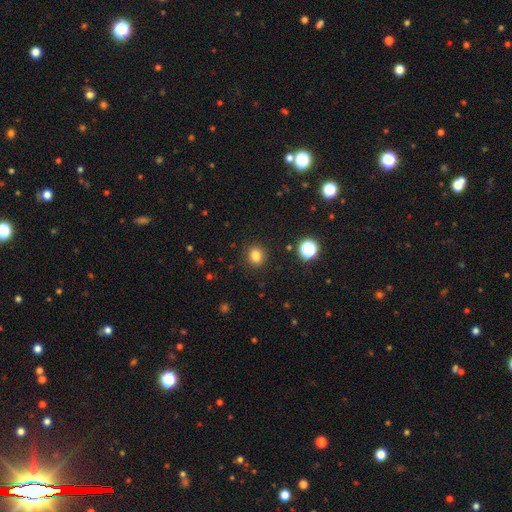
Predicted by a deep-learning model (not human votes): Smooth or featured? smooth (82%)
How rounded? round (77%)
Merging? none (89%)